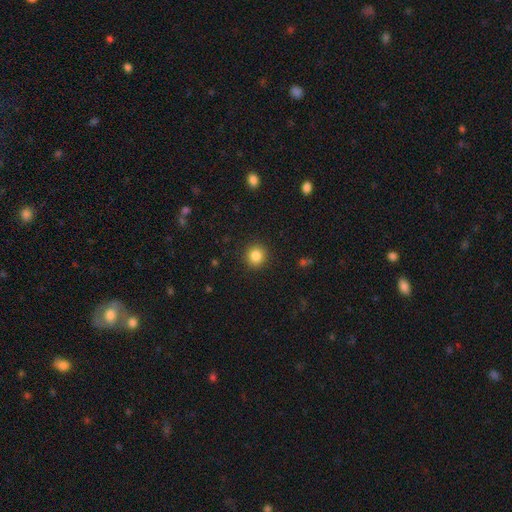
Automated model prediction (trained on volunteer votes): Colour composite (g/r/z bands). It shows a smooth galaxy with no disk features (84%) that is round (92%). Merging: none (91%).